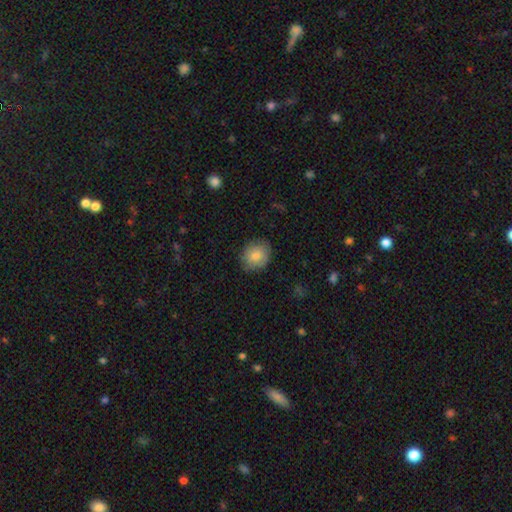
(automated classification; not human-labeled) The model was most divided on "how rounded": round: 65%, in between: 34%, cigar-shaped: 1%. More confident: merging — none (84%); smooth or featured — smooth (83%).